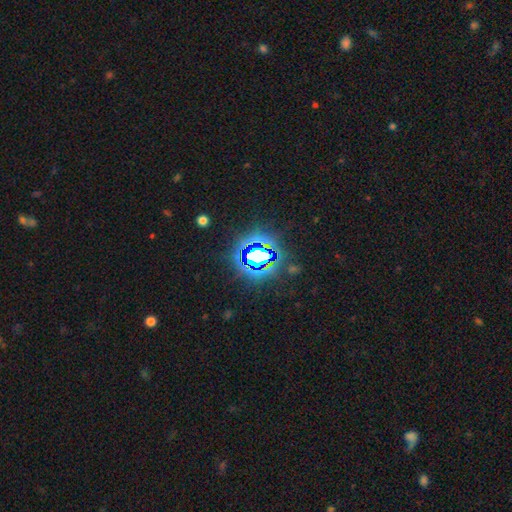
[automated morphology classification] smooth_or_featured: star or artifact (p=0.77) [alt: smooth p=0.12]